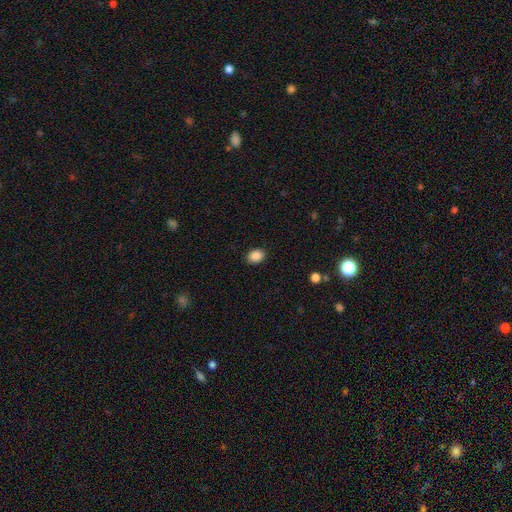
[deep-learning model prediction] smooth 88%, star or artifact 9%, featured or disk 4%. Down the decision tree: how rounded — in between (67%); merging — none (90%).